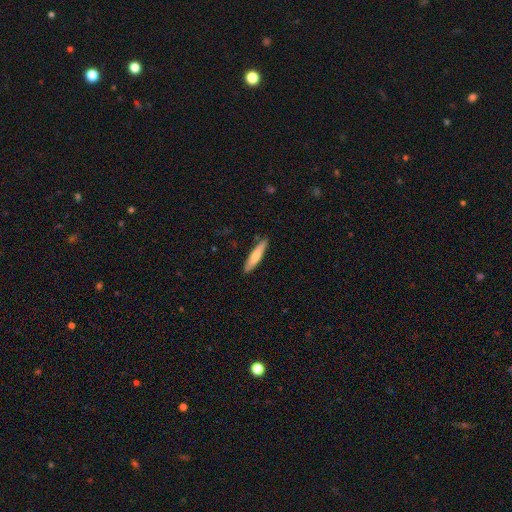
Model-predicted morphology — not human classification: Smooth or featured?
  - smooth: 69% *
  - featured or disk: 26%
  - star or artifact: 5%
How rounded?
  - cigar-shaped: 87% *
  - in between: 11%
  - round: 1%
Merging?
  - none: 89% *
  - minor disturbance: 8%
  - major disturbance: 2%
  - merger: 1%